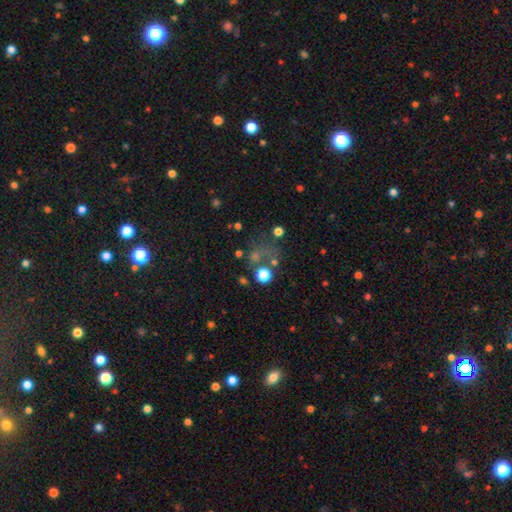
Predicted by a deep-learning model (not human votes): Morphology: type=star or artifact (46%).